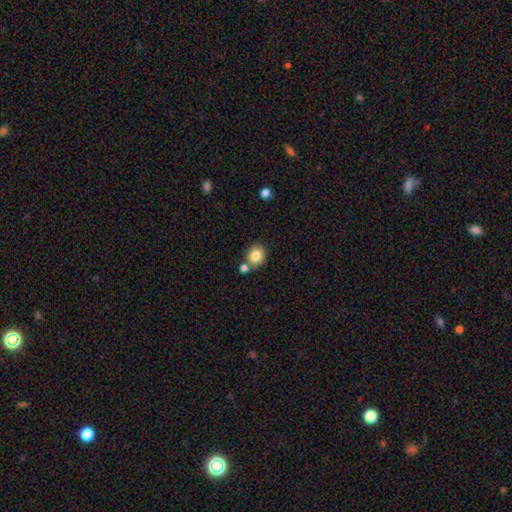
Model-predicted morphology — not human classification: The model was most divided on "merging": none: 62%, merger: 24%, minor disturbance: 10%, major disturbance: 3%. More confident: smooth or featured — smooth (83%); how rounded — round (77%).